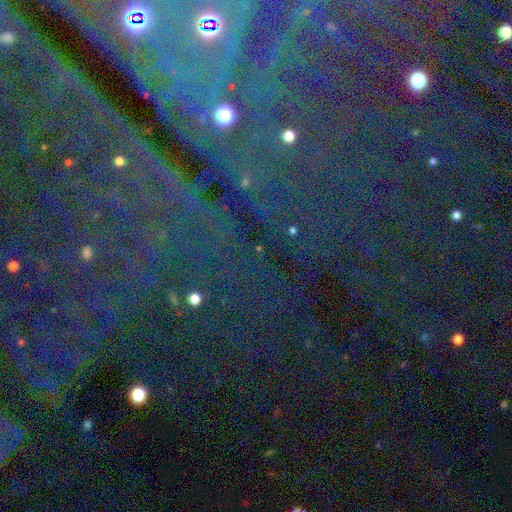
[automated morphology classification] Smooth or featured? Predicted: star or artifact (p=0.81).